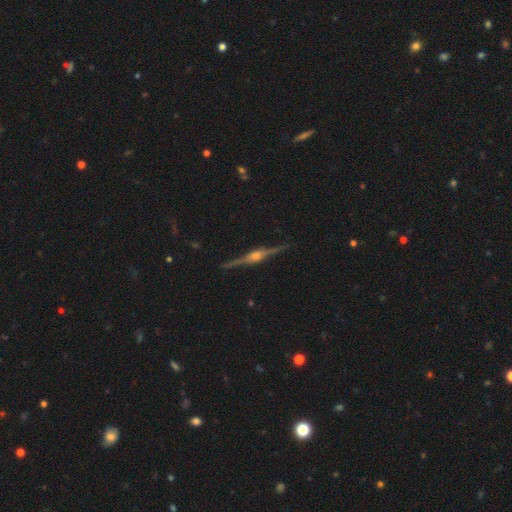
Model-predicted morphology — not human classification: Smooth or featured? Predicted: featured or disk (p=0.89). Edge-on disk? Predicted: yes (p=0.98). Edge-on bulge? Predicted: rounded (p=0.89). Merging? Predicted: none (p=0.91).